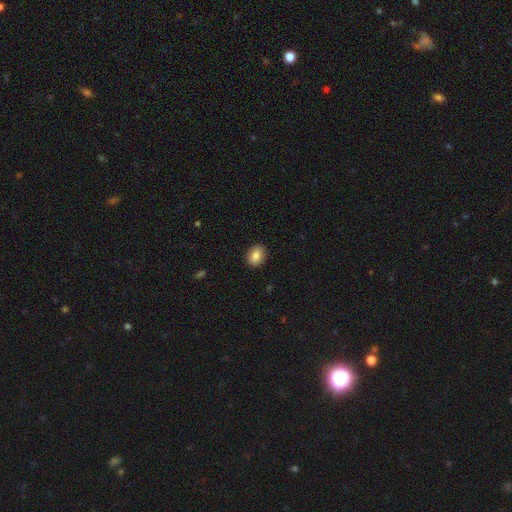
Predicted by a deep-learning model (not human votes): This appears to be a smooth galaxy with no disk features (85%) that is in between round and cigar-shaped (59%). Merging: none (89%).